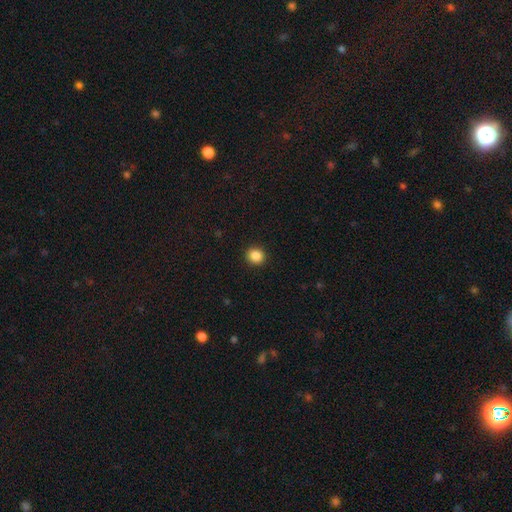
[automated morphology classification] Smooth or featured? smooth (87%)
How rounded? round (88%)
Merging? none (93%)